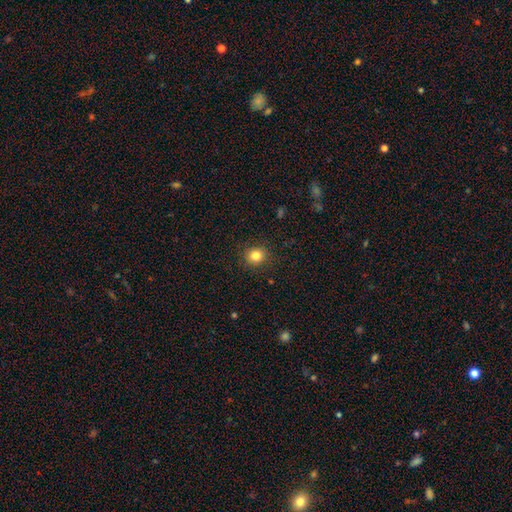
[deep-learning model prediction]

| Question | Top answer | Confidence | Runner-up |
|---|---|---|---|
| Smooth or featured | smooth | 83% | star or artifact (12%) |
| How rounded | round | 85% | in between (14%) |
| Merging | none | 91% | minor disturbance (6%) |